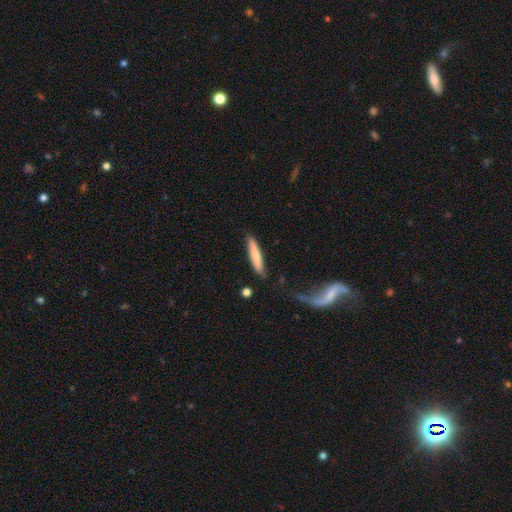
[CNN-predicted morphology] smooth_or_featured: smooth (p=0.75) [alt: featured or disk p=0.19]
how_rounded: cigar-shaped (p=0.89) [alt: in between p=0.10]
merging: none (p=0.84) [alt: minor disturbance p=0.11]